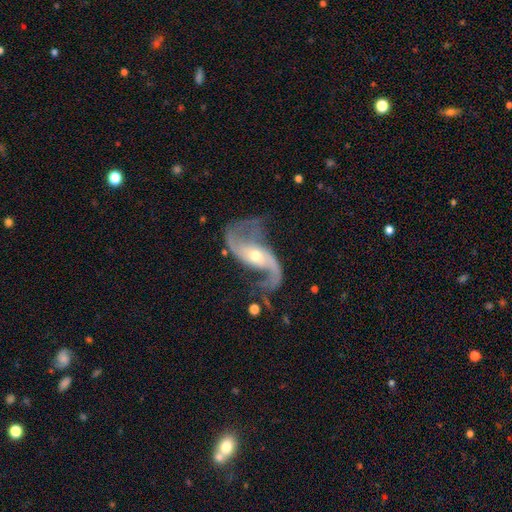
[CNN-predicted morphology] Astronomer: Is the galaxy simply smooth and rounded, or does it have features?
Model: featured or disk — 91%.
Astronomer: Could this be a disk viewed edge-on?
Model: no — 97%.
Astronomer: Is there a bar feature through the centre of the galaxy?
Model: no — 48% (runner-up: weak, 32%).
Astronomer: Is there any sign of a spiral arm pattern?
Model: yes — 97%.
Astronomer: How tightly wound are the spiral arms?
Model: loose — 74%.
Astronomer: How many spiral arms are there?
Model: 2 — 92%.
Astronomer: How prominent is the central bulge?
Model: moderate — 54% (runner-up: small, 41%).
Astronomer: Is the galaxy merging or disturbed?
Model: none — 64%.